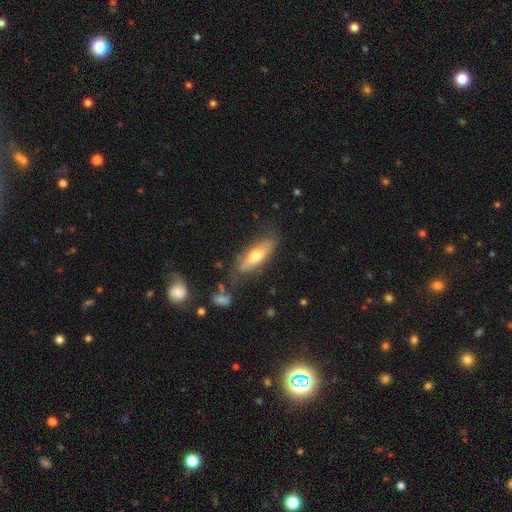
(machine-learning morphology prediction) This is possibly a smooth galaxy (58%). How rounded: possibly in between (50%). Merging: likely none (71%).